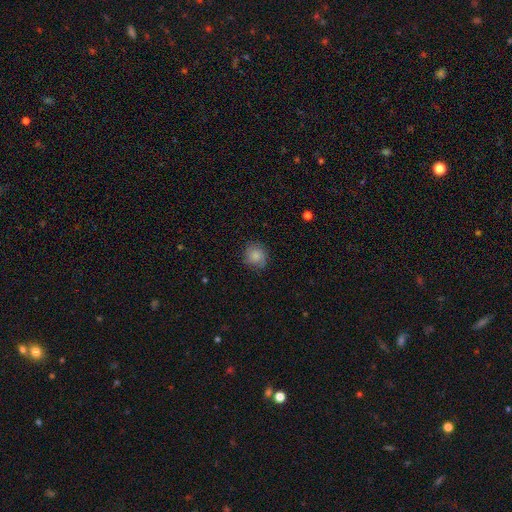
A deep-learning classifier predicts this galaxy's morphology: Smooth or featured: smooth — 80% (featured or disk — 11%)
How rounded: round — 83% (in between — 16%)
Merging: none — 76% (minor disturbance — 18%)